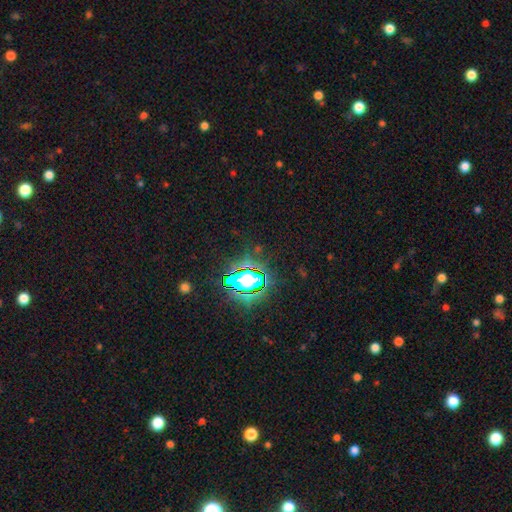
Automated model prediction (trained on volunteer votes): Smooth or featured?
  - star or artifact: 85% *
  - smooth: 9%
  - featured or disk: 6%